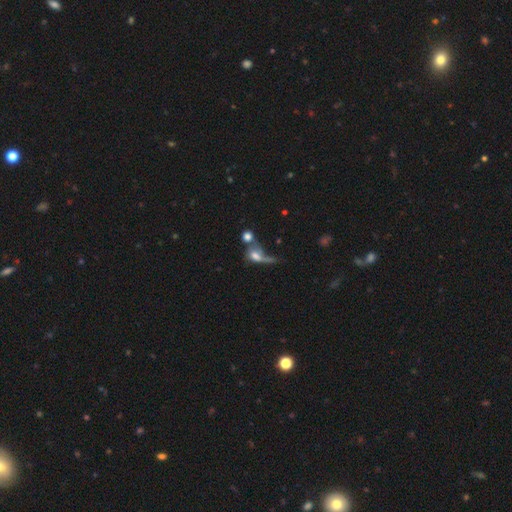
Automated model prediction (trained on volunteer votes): The model was most divided on "how rounded": in between: 51%, round: 40%, cigar-shaped: 8%. Remaining: smooth or featured — smooth (52%); merging — merger (44%).